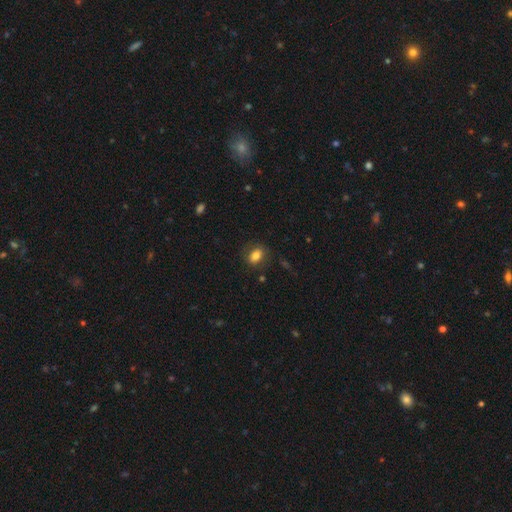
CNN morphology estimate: Overall: smooth (80%). How rounded: in between (72%). Merging: none (78%).